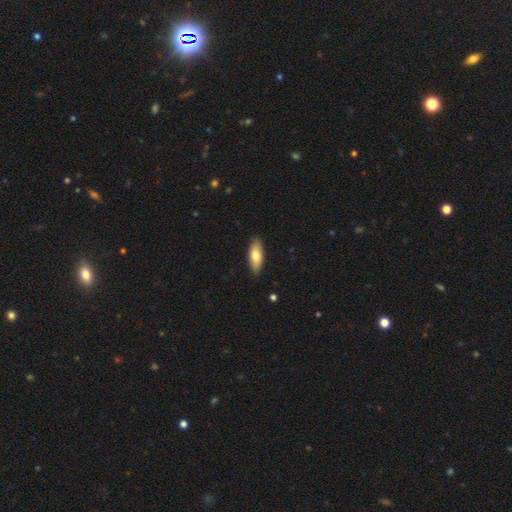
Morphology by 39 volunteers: This appears to be a smooth galaxy with no disk features (85%) that is in between round and cigar-shaped (67%). Merging: none (94%).